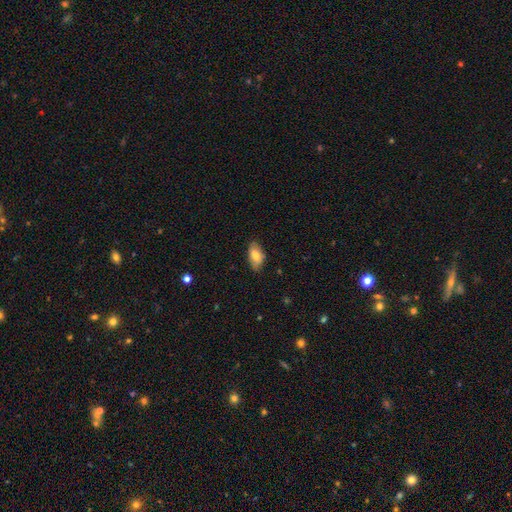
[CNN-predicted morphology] Q: Smooth or featured?
A: smooth (79%); runner-up: featured or disk (15%)
Q: How rounded?
A: in between (93%); runner-up: cigar-shaped (4%)
Q: Merging?
A: none (77%); runner-up: minor disturbance (19%)